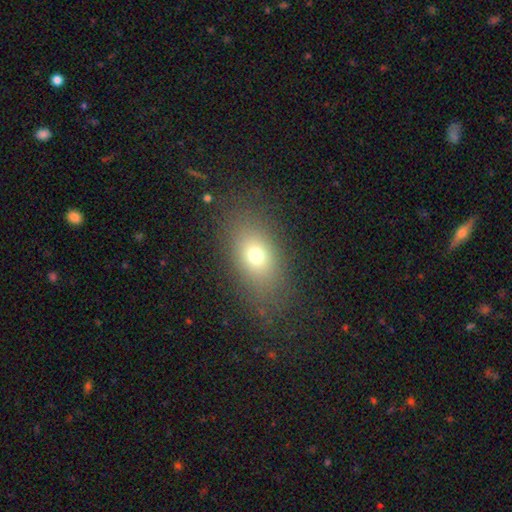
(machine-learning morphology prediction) This is likely a smooth galaxy (70%). How rounded: likely in between (75%). Merging: likely none (80%).